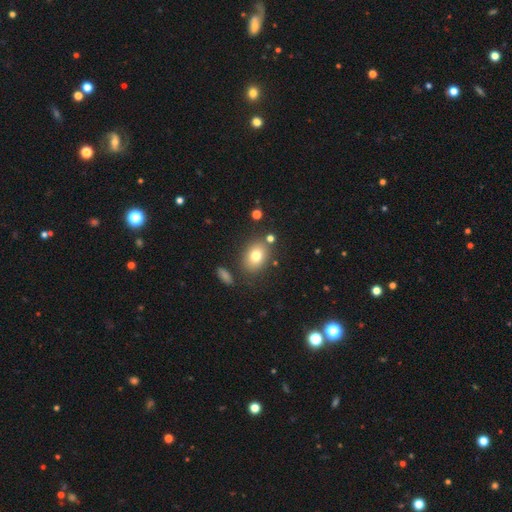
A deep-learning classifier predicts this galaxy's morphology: Overall: smooth (77%). How rounded: in between (66%; round 33%). Merging: none (78%).